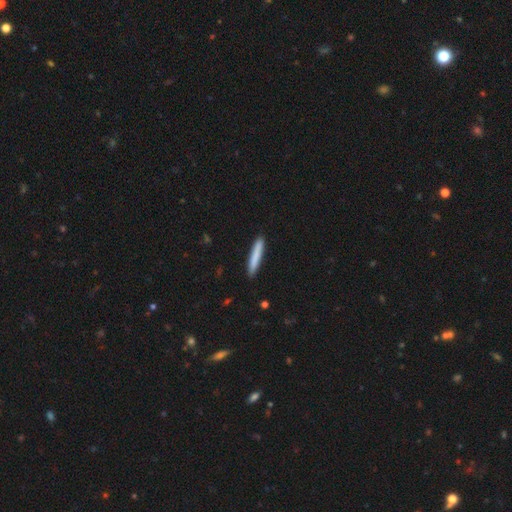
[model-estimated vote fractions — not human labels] Smooth or featured?
  - smooth: 80% *
  - featured or disk: 14%
  - star or artifact: 6%
How rounded?
  - cigar-shaped: 95% *
  - in between: 4%
  - round: 1%
Merging?
  - none: 91% *
  - minor disturbance: 7%
  - major disturbance: 1%
  - merger: 1%